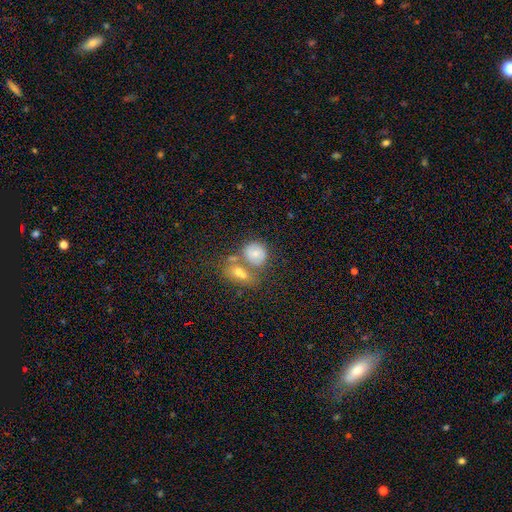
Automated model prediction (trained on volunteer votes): The model was most divided on "merging": none: 44%, merger: 43%, minor disturbance: 8%, major disturbance: 5%. More confident: how rounded — round (60%); smooth or featured — smooth (53%).